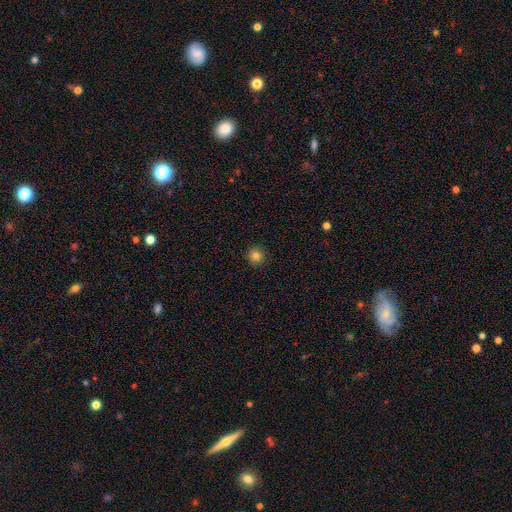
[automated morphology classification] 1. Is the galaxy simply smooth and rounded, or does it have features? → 83% smooth, 12% star or artifact, 5% featured or disk.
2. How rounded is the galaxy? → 93% round, 6% in between, 1% cigar-shaped.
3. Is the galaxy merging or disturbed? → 92% none, 6% minor disturbance, 2% major disturbance, 1% merger.